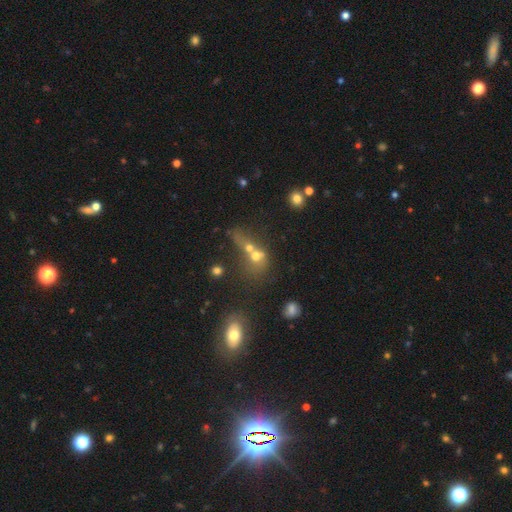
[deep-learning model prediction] Smooth or featured? Predicted: smooth (p=0.57). How rounded? Predicted: round (p=0.59). Merging? Predicted: merger (p=0.70).